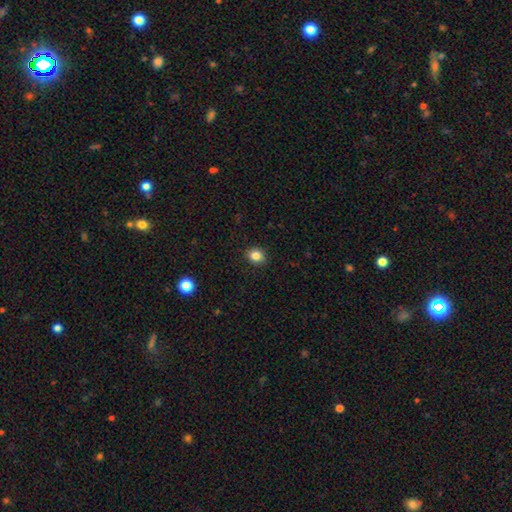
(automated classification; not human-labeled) This appears to be a smooth galaxy with no disk features (84%) that is round (69%). Merging: none (89%).